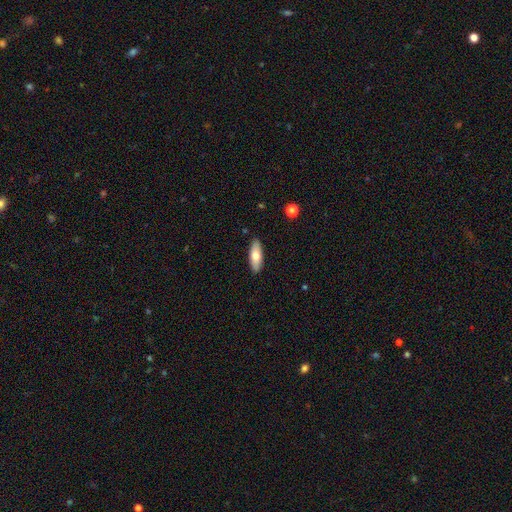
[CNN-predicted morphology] Smooth or featured: smooth — 72% (featured or disk — 23%)
How rounded: in between — 65% (cigar-shaped — 33%)
Merging: none — 89% (minor disturbance — 8%)